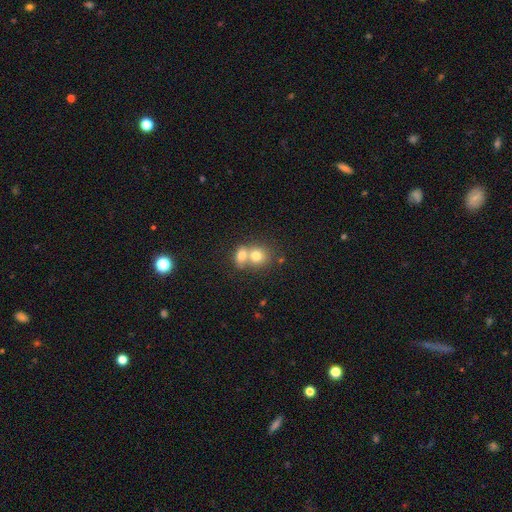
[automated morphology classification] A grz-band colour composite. It shows a smooth galaxy with no disk features (74%) that is round (68%). Merging: merger (67%).